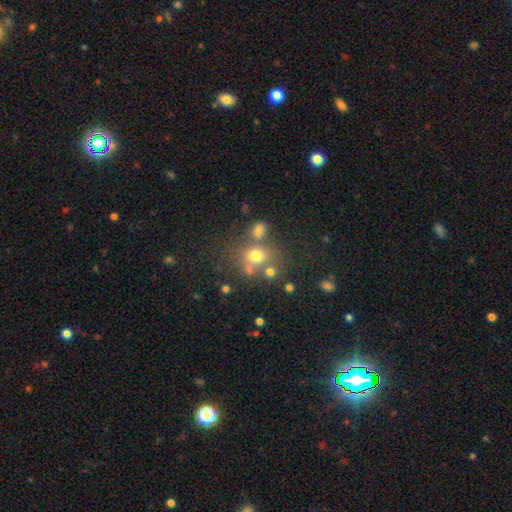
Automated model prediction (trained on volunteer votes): smooth-or-featured: smooth: 67% | star or artifact: 19% | featured or disk: 15%
  how-rounded: round: 69% | in between: 30% | cigar-shaped: 1%
  merging: none: 53% | merger: 27% | minor disturbance: 13% | major disturbance: 8%